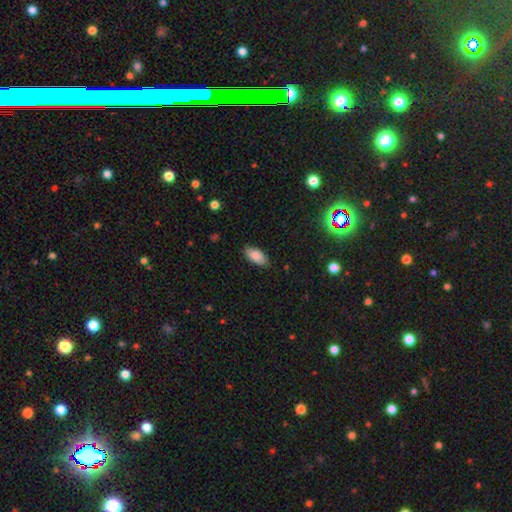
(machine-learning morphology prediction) This appears to be a smooth galaxy with no disk features (86%) that is in between round and cigar-shaped (92%). Merging: none (85%).